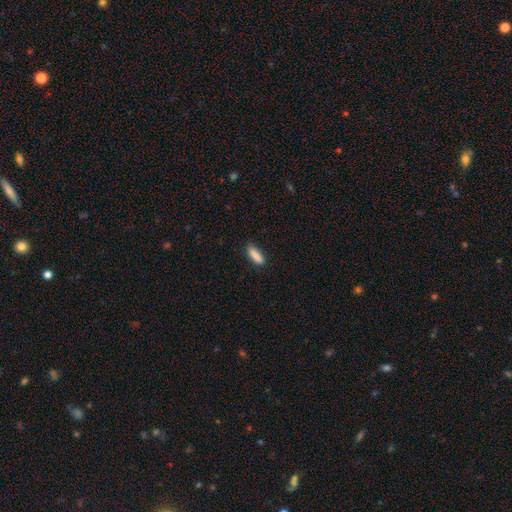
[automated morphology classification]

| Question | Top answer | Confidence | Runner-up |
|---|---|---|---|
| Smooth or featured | smooth | 88% | star or artifact (7%) |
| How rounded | cigar-shaped | 51% | in between (47%) |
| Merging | none | 85% | minor disturbance (11%) |